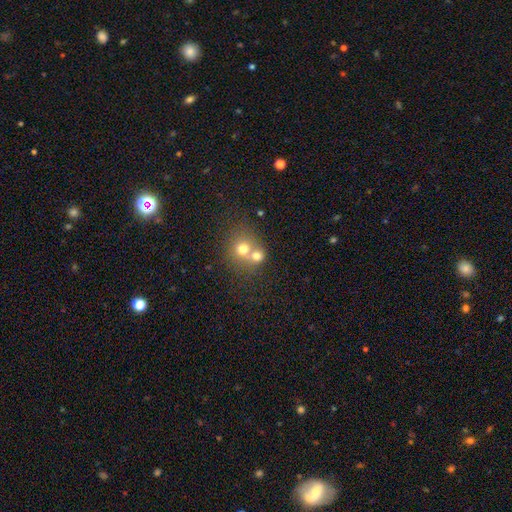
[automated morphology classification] A smooth galaxy with no disk features (59%) that is round (80%). Merging: none (47%).